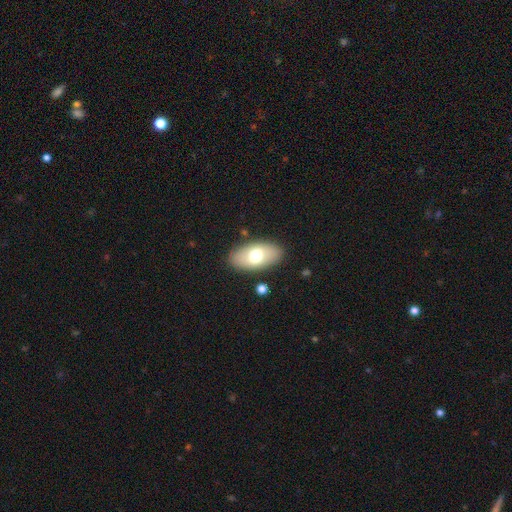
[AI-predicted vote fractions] Smooth or featured: smooth — 67% (featured or disk — 27%)
How rounded: in between — 93% (round — 4%)
Merging: none — 86% (minor disturbance — 9%)